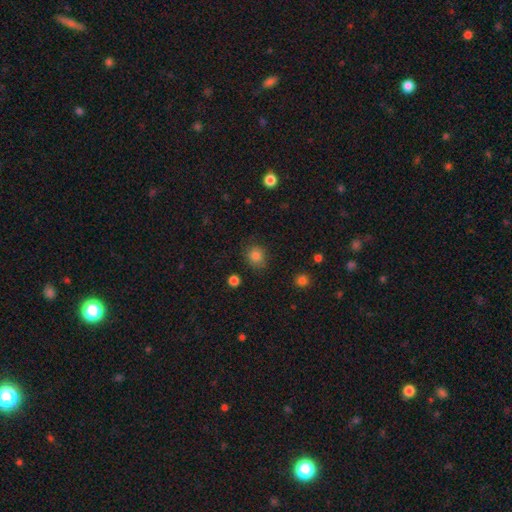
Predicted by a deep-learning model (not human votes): smooth-or-featured: smooth: 84% | star or artifact: 12% | featured or disk: 4%
  how-rounded: round: 78% | in between: 21% | cigar-shaped: 1%
  merging: none: 83% | minor disturbance: 12% | major disturbance: 3% | merger: 2%